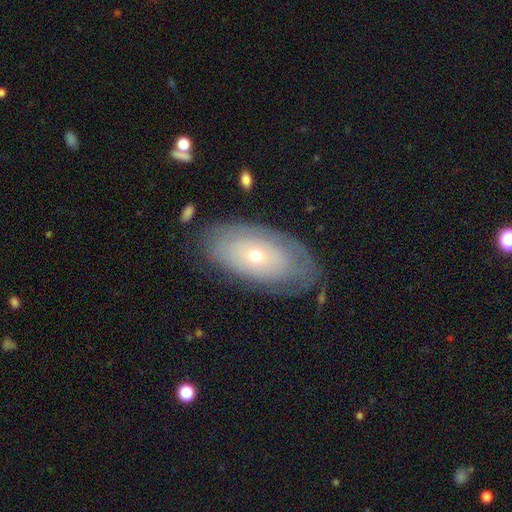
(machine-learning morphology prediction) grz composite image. It shows a featured or disk galaxy (55%). Merging: none (73%).